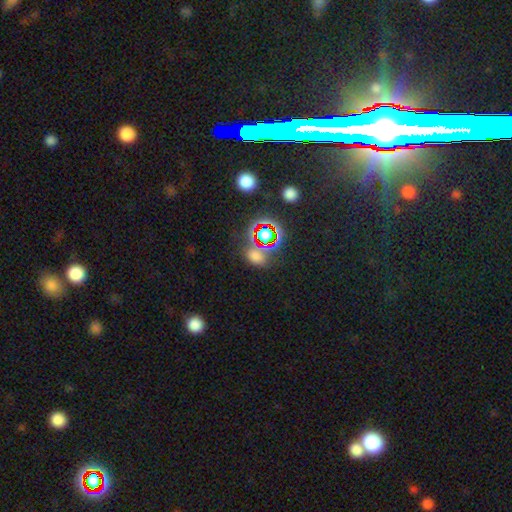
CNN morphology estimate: A smooth galaxy with no disk features (52%) that is in between round and cigar-shaped (62%). Merging: none (64%).